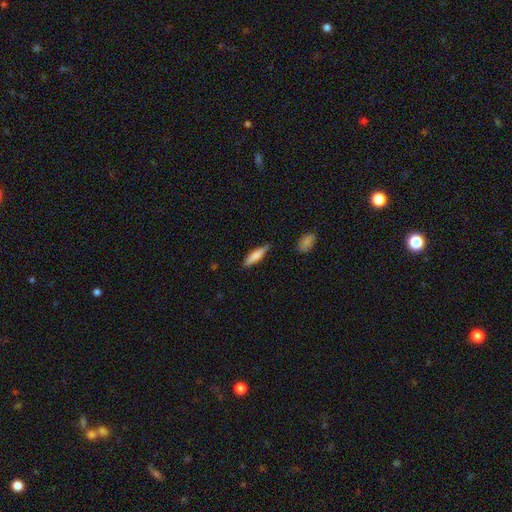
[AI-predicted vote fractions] smooth_or_featured: smooth (p=0.74) [alt: featured or disk p=0.20]
how_rounded: cigar-shaped (p=0.73) [alt: in between p=0.26]
merging: none (p=0.79) [alt: minor disturbance p=0.16]